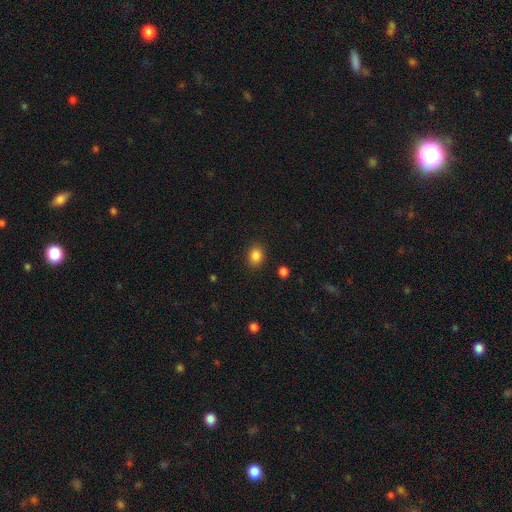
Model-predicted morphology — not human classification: smooth_or_featured: smooth (p=0.86) [alt: star or artifact p=0.10]
how_rounded: in between (p=0.55) [alt: round p=0.44]
merging: none (p=0.87) [alt: minor disturbance p=0.09]